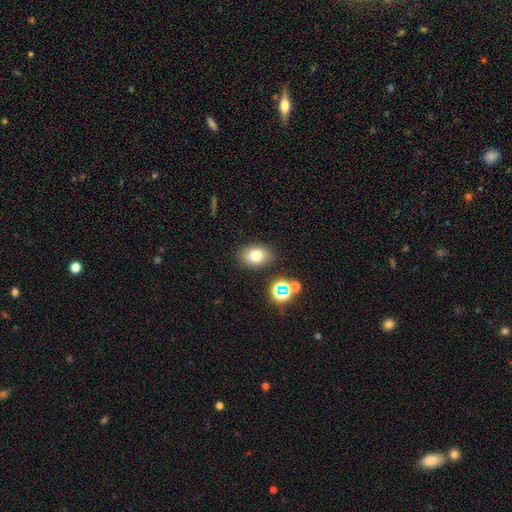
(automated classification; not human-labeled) Smooth or featured?
  - smooth: 76% *
  - star or artifact: 13%
  - featured or disk: 11%
How rounded?
  - in between: 73% *
  - round: 26%
  - cigar-shaped: 1%
Merging?
  - none: 84% *
  - minor disturbance: 10%
  - merger: 3%
  - major disturbance: 3%